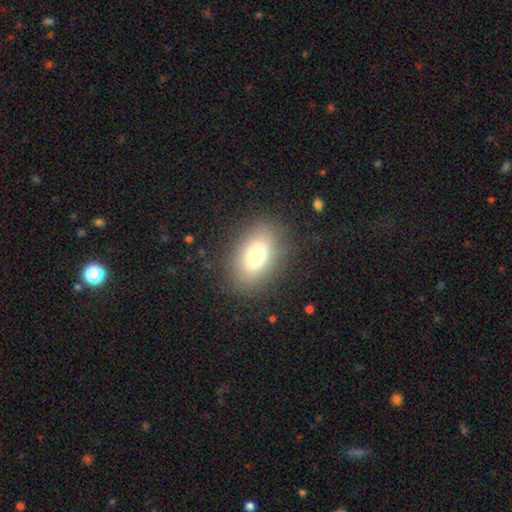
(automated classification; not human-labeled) Smooth or featured? Predicted: smooth (p=0.75). How rounded? Predicted: in between (p=0.84). Merging? Predicted: none (p=0.85).